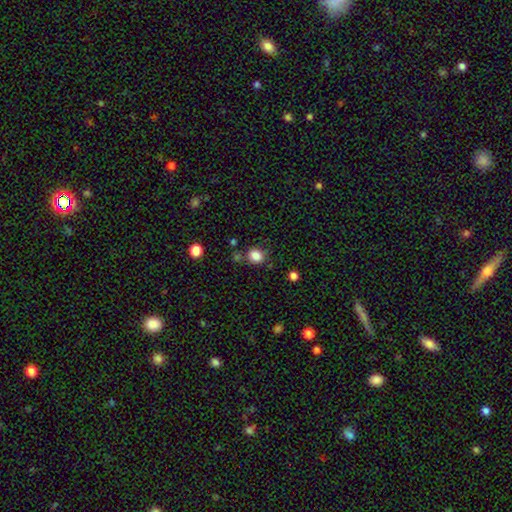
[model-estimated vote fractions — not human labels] Smooth or featured? smooth (84%)
How rounded? round (62%)
Merging? none (74%)